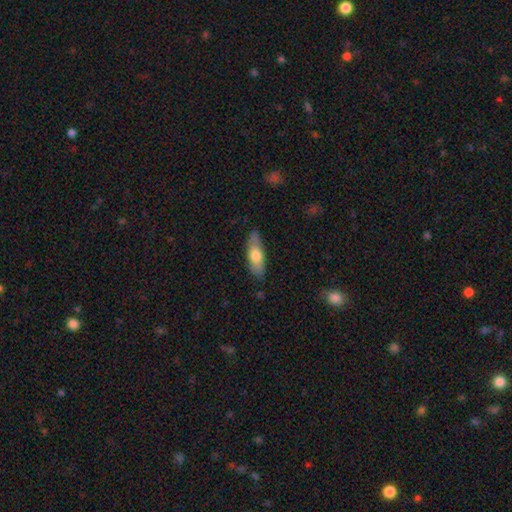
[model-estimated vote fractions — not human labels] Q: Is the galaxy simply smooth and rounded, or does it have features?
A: smooth — 67%.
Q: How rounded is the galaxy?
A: in between — 64%.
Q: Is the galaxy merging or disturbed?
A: none — 79%.